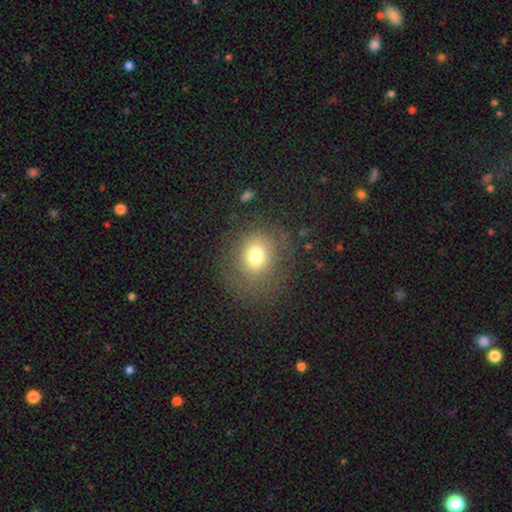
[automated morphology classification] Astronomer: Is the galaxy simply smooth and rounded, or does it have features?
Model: smooth — 72%.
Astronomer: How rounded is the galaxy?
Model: round — 71%.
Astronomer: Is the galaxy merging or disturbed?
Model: none — 74%.